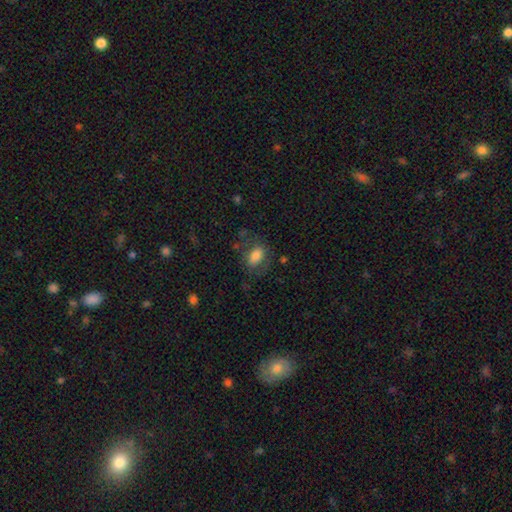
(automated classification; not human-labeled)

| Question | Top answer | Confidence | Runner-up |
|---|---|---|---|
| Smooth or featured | smooth | 74% | featured or disk (18%) |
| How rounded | in between | 84% | round (14%) |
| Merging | none | 63% | minor disturbance (20%) |